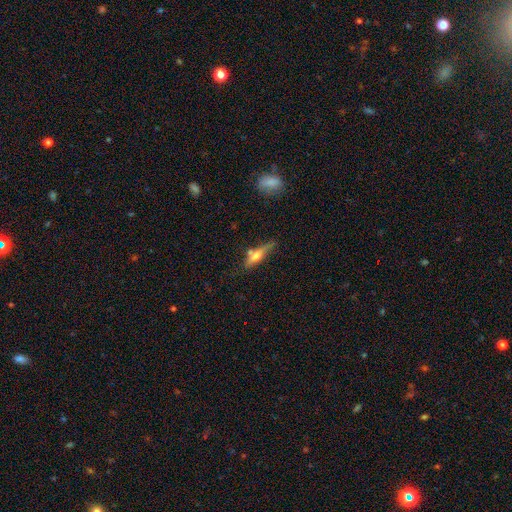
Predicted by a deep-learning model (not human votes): A featured or disk galaxy (48%).

Vote fractions:
- Smooth or featured? featured or disk: 48% / smooth: 44% / star or artifact: 8%
- Merging? none: 58% / minor disturbance: 22% / merger: 12% / major disturbance: 8%